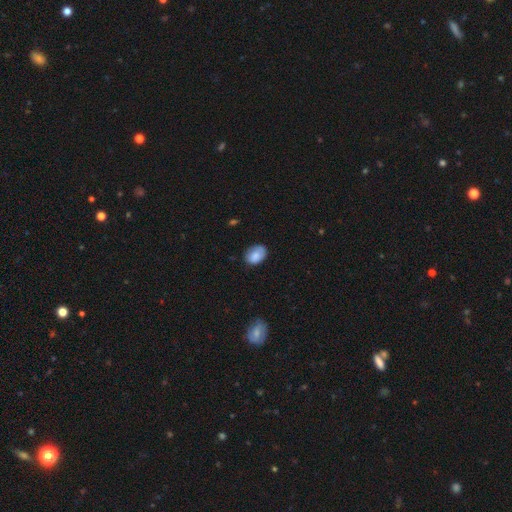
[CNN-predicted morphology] Overall: smooth (79%). How rounded: in between (75%). Merging: none (67%).